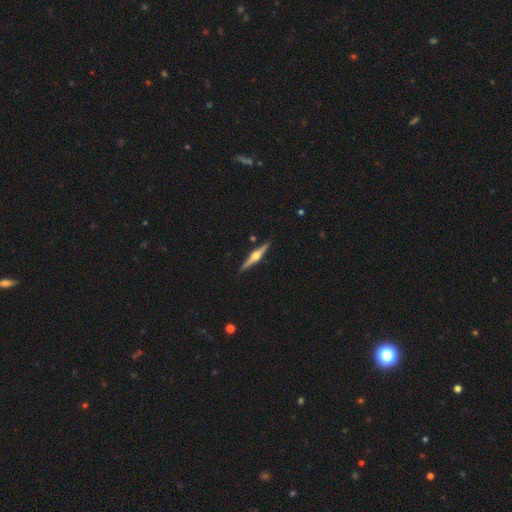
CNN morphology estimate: Smooth or featured?
  - featured or disk: 81% *
  - smooth: 15%
  - star or artifact: 5%
Edge-on disk?
  - yes: 98% *
  - no: 2%
Edge-on bulge?
  - rounded: 95% *
  - boxy: 3%
  - none: 2%
Merging?
  - none: 91% *
  - minor disturbance: 6%
  - merger: 2%
  - major disturbance: 1%